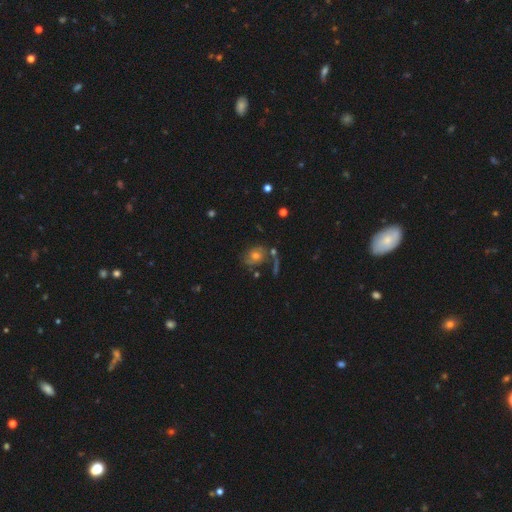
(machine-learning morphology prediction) smooth-or-featured: smooth: 49% | featured or disk: 37% | star or artifact: 15%
  merging: none: 58% | minor disturbance: 18% | merger: 12% | major disturbance: 12%